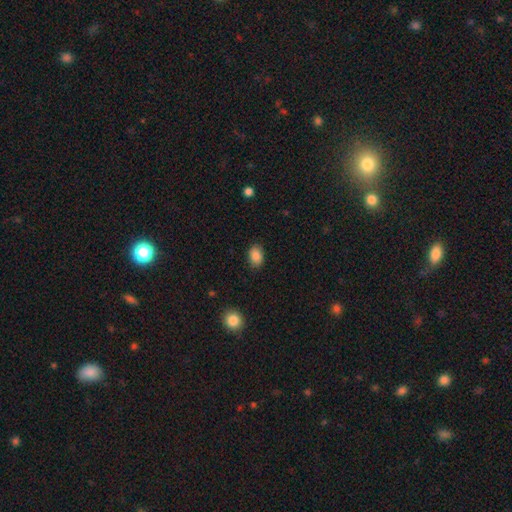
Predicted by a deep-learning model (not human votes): A smooth galaxy with no disk features (87%) that is in between round and cigar-shaped (79%). Merging: none (85%).